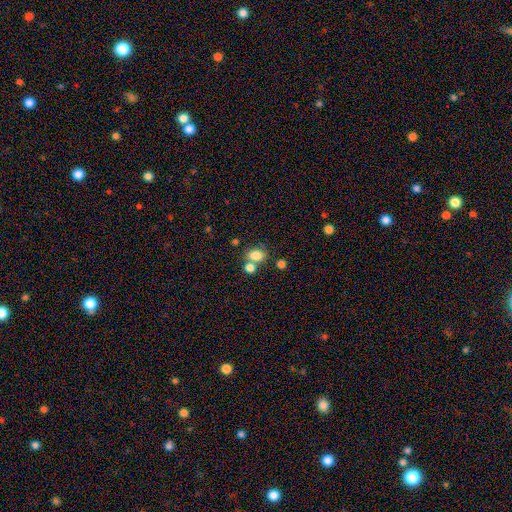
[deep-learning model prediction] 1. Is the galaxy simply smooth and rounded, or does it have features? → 81% smooth, 11% star or artifact, 8% featured or disk.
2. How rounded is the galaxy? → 67% in between, 32% round, 1% cigar-shaped.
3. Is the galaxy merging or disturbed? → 49% none, 35% merger, 11% minor disturbance, 5% major disturbance.